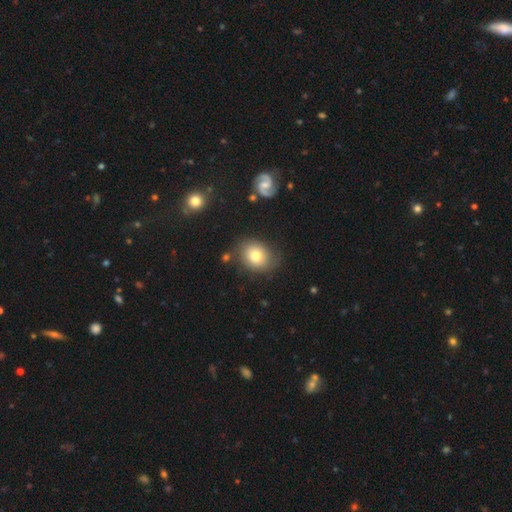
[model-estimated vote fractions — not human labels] smooth-or-featured: smooth: 73% | featured or disk: 17% | star or artifact: 10%
  how-rounded: round: 59% | in between: 40% | cigar-shaped: 1%
  merging: none: 73% | minor disturbance: 18% | major disturbance: 6% | merger: 4%